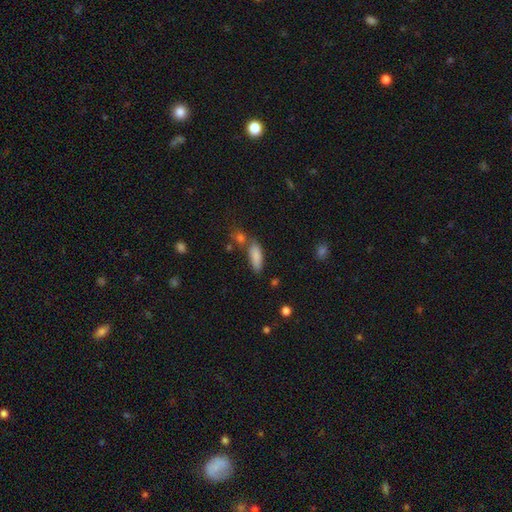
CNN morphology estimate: A smooth galaxy with no disk features (85%) that is in between round and cigar-shaped (65%).

Vote fractions:
- Smooth or featured? smooth: 85% / star or artifact: 8% / featured or disk: 7%
- How rounded? in between: 65% / cigar-shaped: 32% / round: 2%
- Merging? none: 60% / minor disturbance: 18% / merger: 17% / major disturbance: 6%